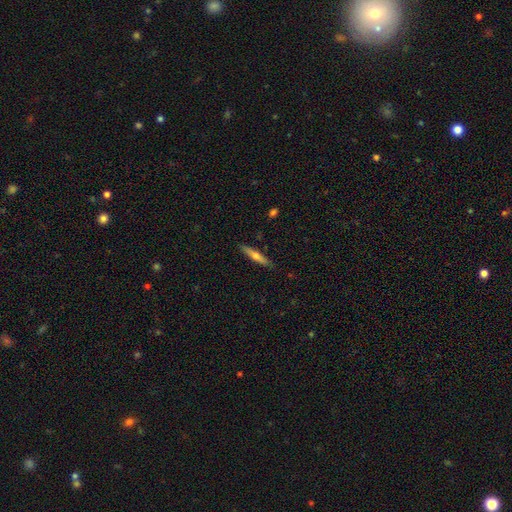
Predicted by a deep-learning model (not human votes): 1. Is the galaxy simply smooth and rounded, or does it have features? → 49% smooth, 45% featured or disk, 6% star or artifact.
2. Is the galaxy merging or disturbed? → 89% none, 8% minor disturbance, 2% major disturbance, 1% merger.